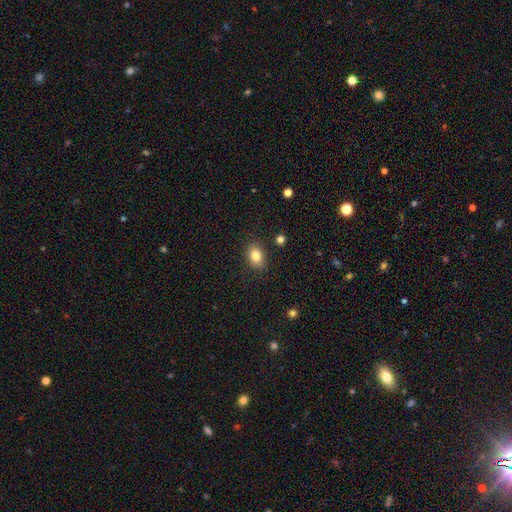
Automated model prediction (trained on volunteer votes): Morphology: type=smooth (82%); roundness=in between (74%); merging=none (85%).